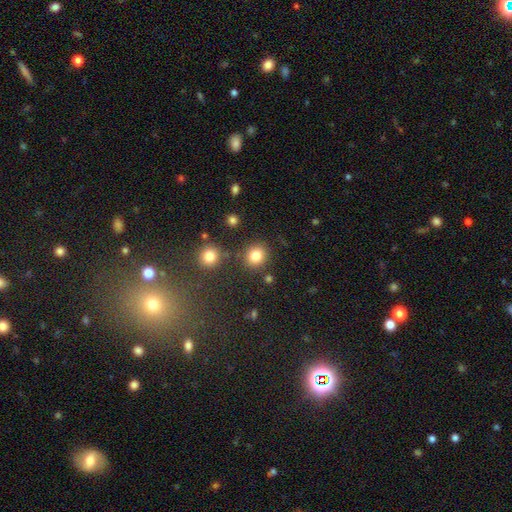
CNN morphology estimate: Overall: smooth (82%). How rounded: round (84%). Merging: none (84%).